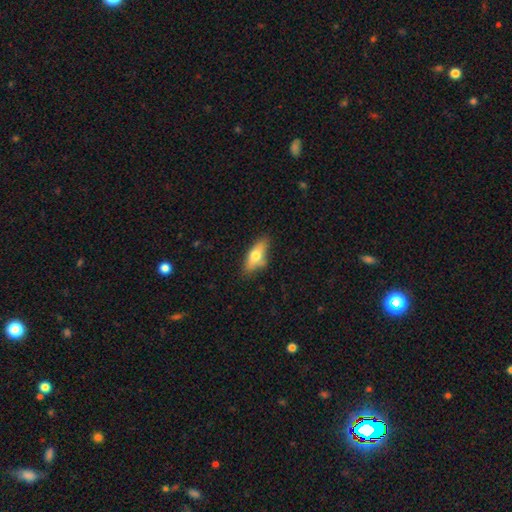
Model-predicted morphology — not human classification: A smooth galaxy with no disk features (65%) that is in between round and cigar-shaped (72%).

Vote fractions:
- Smooth or featured? smooth: 65% / featured or disk: 29% / star or artifact: 7%
- How rounded? in between: 72% / cigar-shaped: 24% / round: 4%
- Merging? none: 69% / minor disturbance: 22% / major disturbance: 5% / merger: 4%